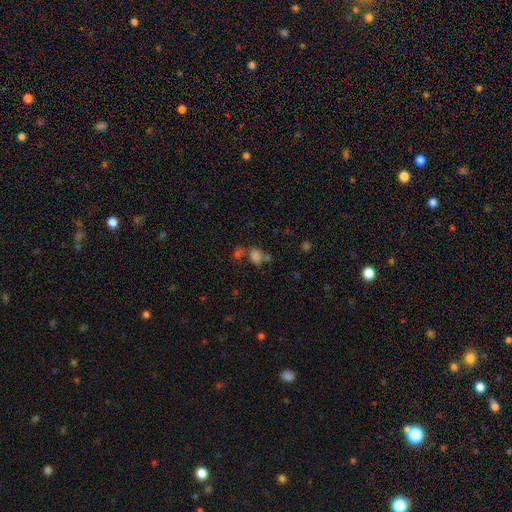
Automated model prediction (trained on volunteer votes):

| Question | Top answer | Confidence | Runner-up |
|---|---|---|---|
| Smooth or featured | smooth | 71% | star or artifact (19%) |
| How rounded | in between | 55% | round (44%) |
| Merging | none | 39% | merger (38%) |